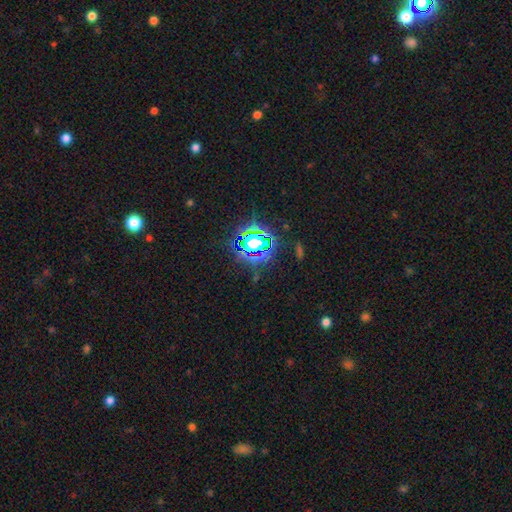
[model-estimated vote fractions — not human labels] Smooth or featured: star or artifact — 80% (smooth — 13%)